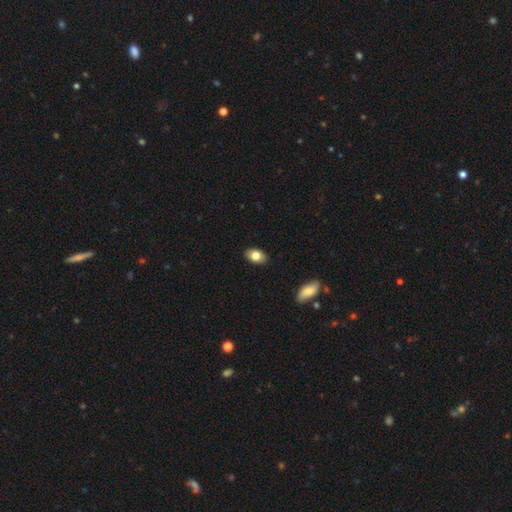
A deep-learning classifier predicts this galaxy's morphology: smooth 80%, featured or disk 13%, star or artifact 7%. Down the decision tree: how rounded — in between (89%); merging — none (88%).